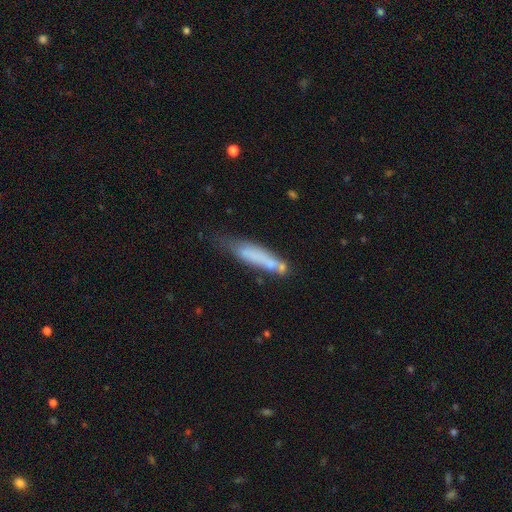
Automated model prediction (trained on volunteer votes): smooth_or_featured: smooth (p=0.66) [alt: featured or disk p=0.26]
how_rounded: cigar-shaped (p=0.80) [alt: in between p=0.18]
merging: none (p=0.45) [alt: minor disturbance p=0.28]